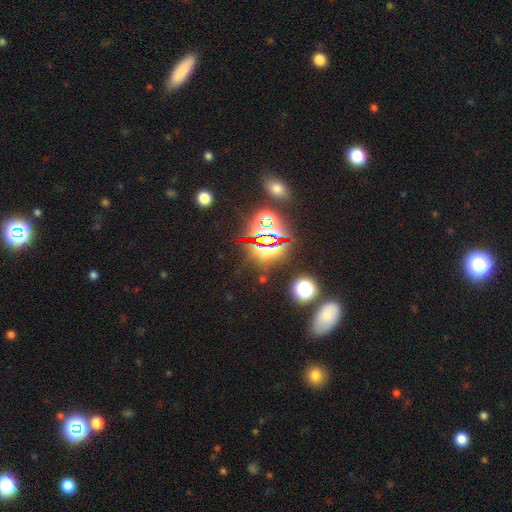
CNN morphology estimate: This is likely a star or artifact rather than a galaxy (76%).